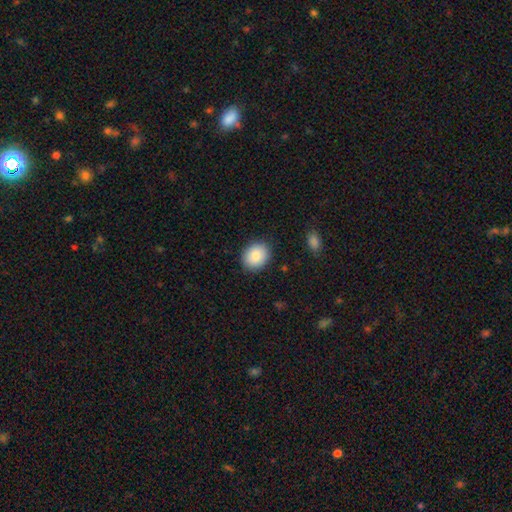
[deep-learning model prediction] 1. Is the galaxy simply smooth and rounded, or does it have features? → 86% smooth, 7% star or artifact, 6% featured or disk.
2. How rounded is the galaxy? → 54% round, 45% in between, 1% cigar-shaped.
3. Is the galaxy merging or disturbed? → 88% none, 9% minor disturbance, 2% major disturbance, 1% merger.